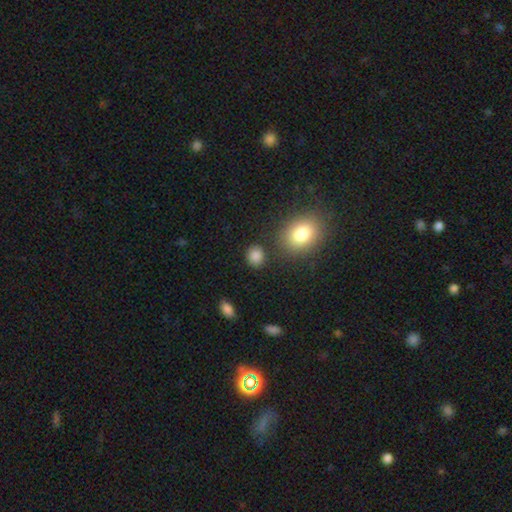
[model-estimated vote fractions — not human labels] A smooth galaxy with no disk features (86%) that is round (71%). Merging: none (83%).